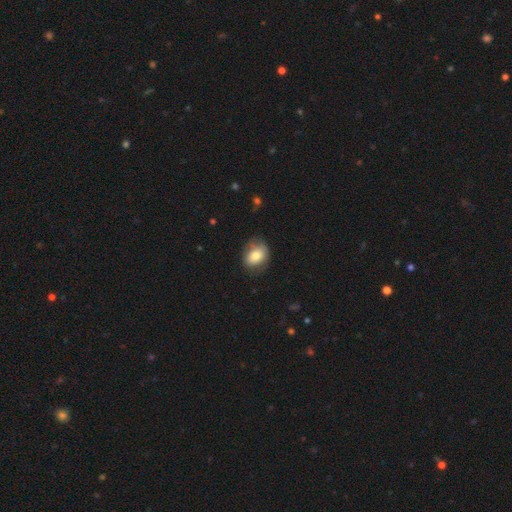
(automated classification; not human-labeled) A smooth galaxy with no disk features (76%) that is in between round and cigar-shaped (67%). Merging: none (70%).